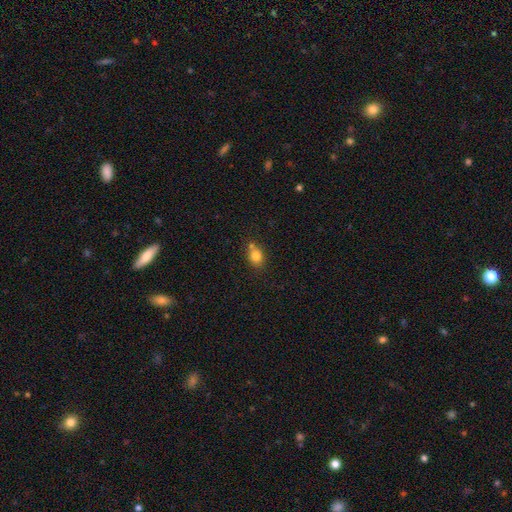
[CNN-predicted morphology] smooth_or_featured: smooth (p=0.80) [alt: star or artifact p=0.11]
how_rounded: round (p=0.56) [alt: in between p=0.42]
merging: none (p=0.54) [alt: merger p=0.27]